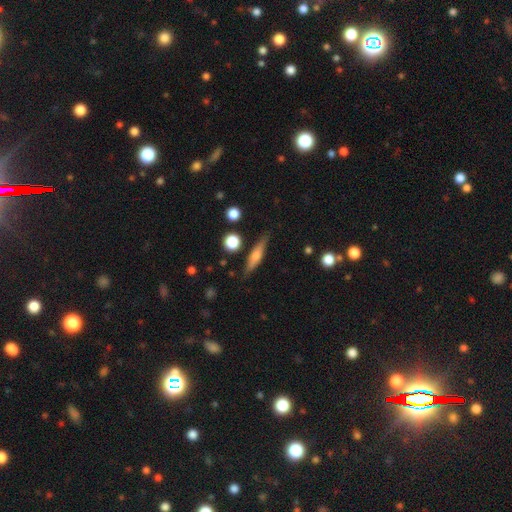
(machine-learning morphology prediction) Smooth or featured?
  - smooth: 49% *
  - featured or disk: 44%
  - star or artifact: 7%
Merging?
  - none: 81% *
  - minor disturbance: 13%
  - major disturbance: 3%
  - merger: 3%